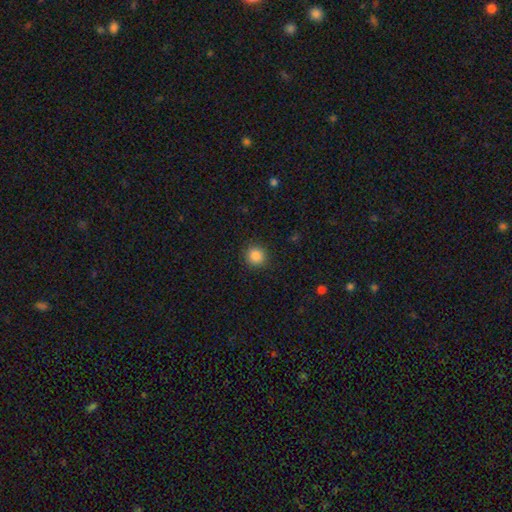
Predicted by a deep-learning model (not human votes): Smooth or featured? smooth (86%)
How rounded? round (92%)
Merging? none (90%)